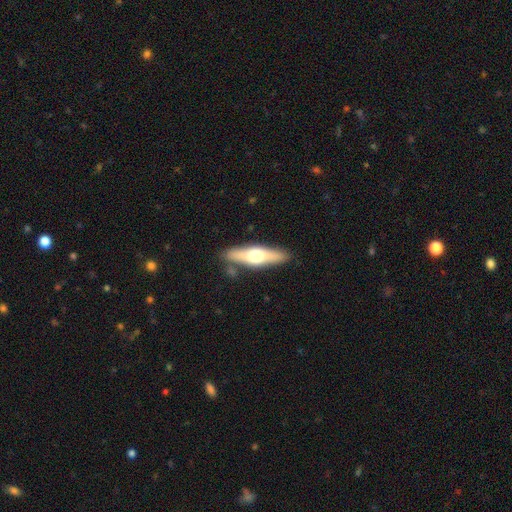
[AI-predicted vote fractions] Smooth or featured: featured or disk — 51% (smooth — 44%)
Edge-on disk: yes — 89% (no — 11%)
Merging: none — 83% (minor disturbance — 10%)